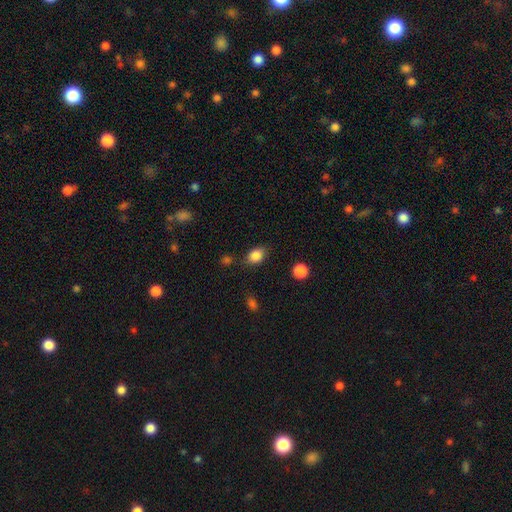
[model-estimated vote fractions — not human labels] smooth_or_featured: smooth (p=0.86) [alt: star or artifact p=0.09]
how_rounded: in between (p=0.67) [alt: round p=0.32]
merging: none (p=0.75) [alt: minor disturbance p=0.17]